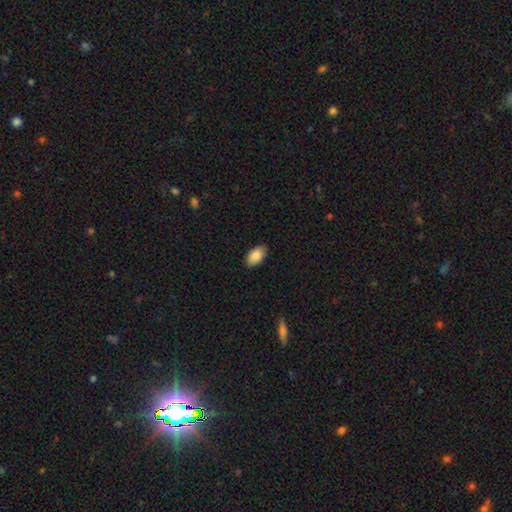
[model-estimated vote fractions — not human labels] Smooth or featured?
  - smooth: 88% *
  - star or artifact: 6%
  - featured or disk: 6%
How rounded?
  - in between: 94% *
  - round: 4%
  - cigar-shaped: 2%
Merging?
  - none: 86% *
  - minor disturbance: 11%
  - major disturbance: 2%
  - merger: 1%